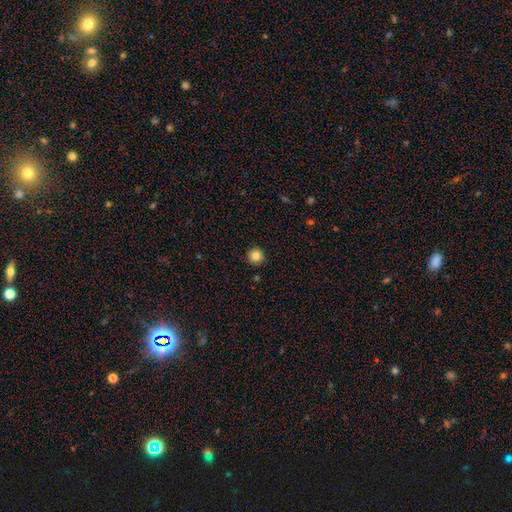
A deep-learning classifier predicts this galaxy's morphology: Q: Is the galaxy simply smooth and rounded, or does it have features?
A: smooth — 83%.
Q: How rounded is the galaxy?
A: round — 96%.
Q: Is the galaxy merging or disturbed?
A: none — 92%.